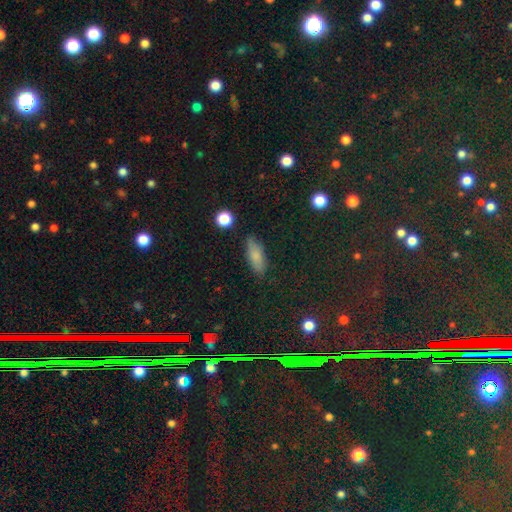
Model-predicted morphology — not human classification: Smooth or featured? Predicted: smooth (p=0.77). How rounded? Predicted: in between (p=0.68). Merging? Predicted: none (p=0.80).